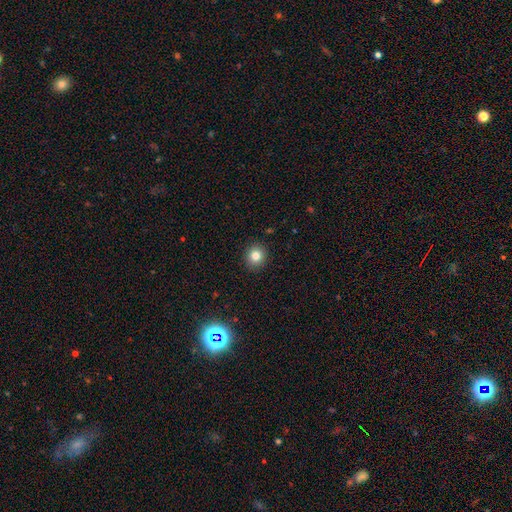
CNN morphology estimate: Smooth or featured? smooth (81%)
How rounded? round (83%)
Merging? none (91%)